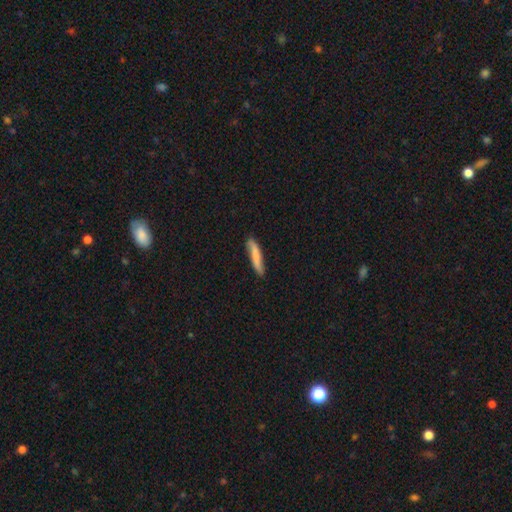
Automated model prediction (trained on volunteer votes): Smooth or featured: smooth — 73% (featured or disk — 22%)
How rounded: cigar-shaped — 90% (in between — 8%)
Merging: none — 79% (minor disturbance — 17%)